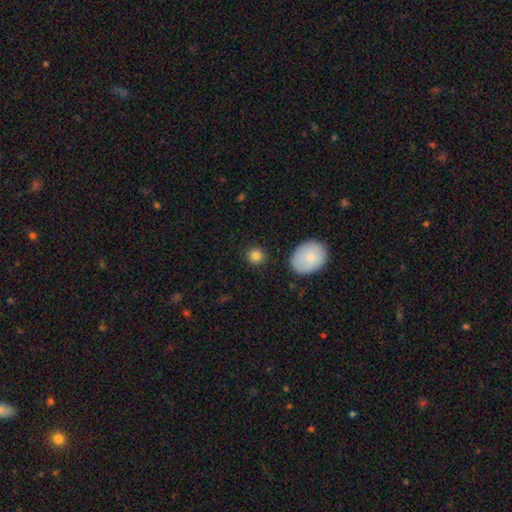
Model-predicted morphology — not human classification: A smooth galaxy with no disk features (85%) that is round (89%).

Vote fractions:
- Smooth or featured? smooth: 85% / star or artifact: 9% / featured or disk: 6%
- How rounded? round: 89% / in between: 10% / cigar-shaped: 1%
- Merging? none: 89% / minor disturbance: 7% / merger: 2% / major disturbance: 2%